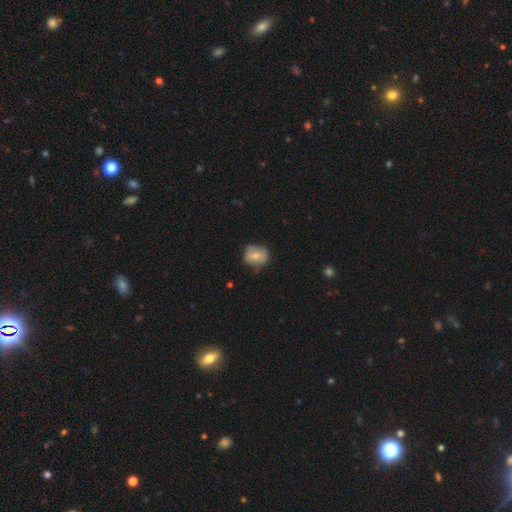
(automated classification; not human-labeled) A smooth galaxy with no disk features (57%) that is round (62%). Merging: none (62%).